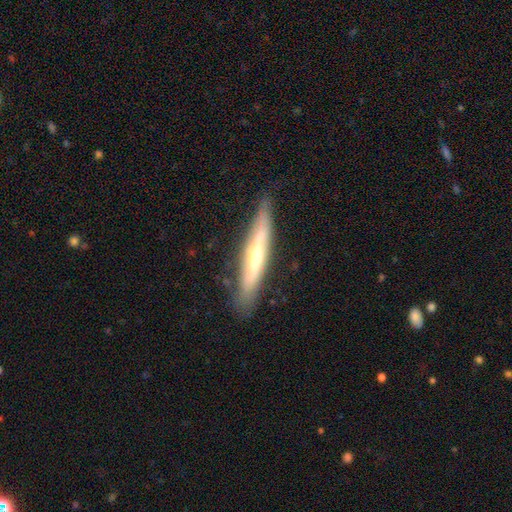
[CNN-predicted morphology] Smooth or featured: featured or disk — 61% (smooth — 33%)
Edge-on disk: yes — 85% (no — 15%)
Edge-on bulge: rounded — 73% (none — 22%)
Merging: none — 82% (minor disturbance — 14%)